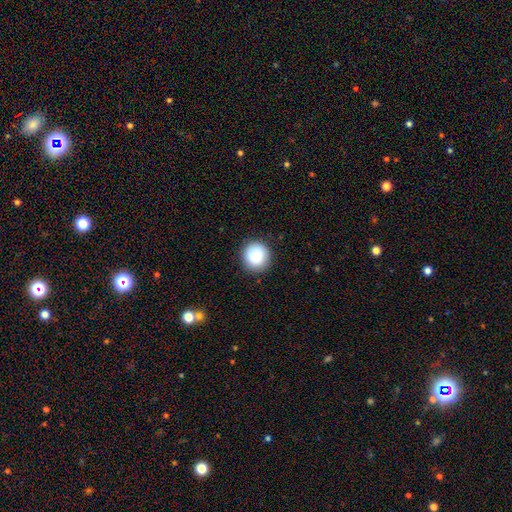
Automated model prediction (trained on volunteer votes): A smooth galaxy with no disk features (88%) that is round (93%). Merging: none (90%).